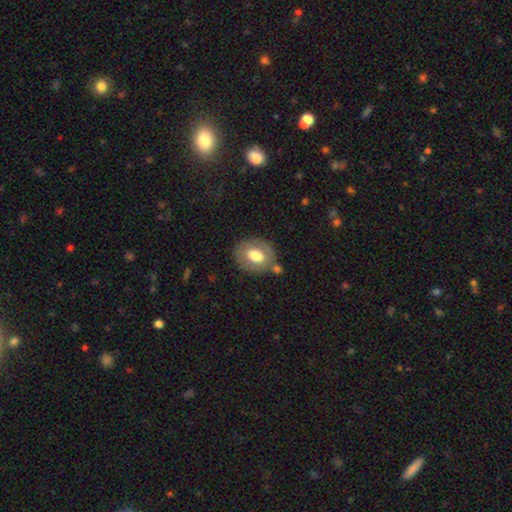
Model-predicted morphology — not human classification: smooth_or_featured: smooth (p=0.62) [alt: featured or disk p=0.31]
how_rounded: in between (p=0.61) [alt: round p=0.38]
merging: none (p=0.70) [alt: minor disturbance p=0.15]